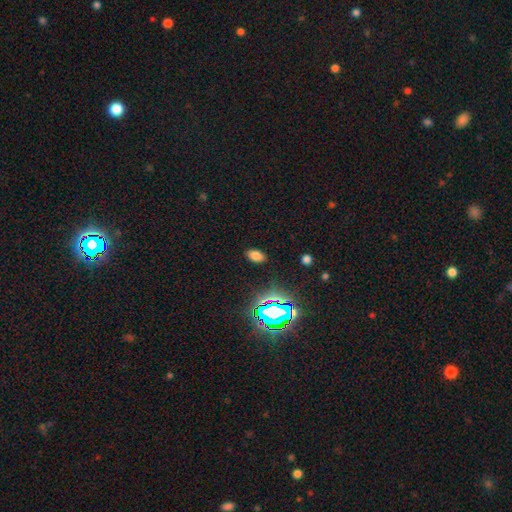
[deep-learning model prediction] smooth-or-featured: smooth: 71% | star or artifact: 22% | featured or disk: 7%
  how-rounded: in between: 90% | round: 8% | cigar-shaped: 2%
  merging: none: 87% | minor disturbance: 8% | major disturbance: 3% | merger: 1%